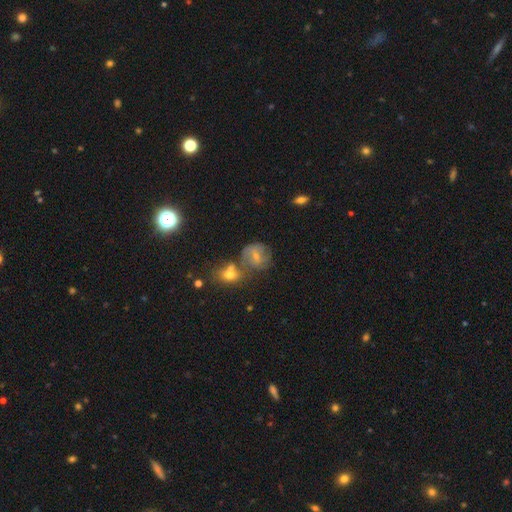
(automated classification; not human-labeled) A featured or disk galaxy (49%).

Vote fractions:
- Smooth or featured? featured or disk: 49% / smooth: 40% / star or artifact: 11%
- Merging? none: 45% / merger: 28% / minor disturbance: 18% / major disturbance: 9%